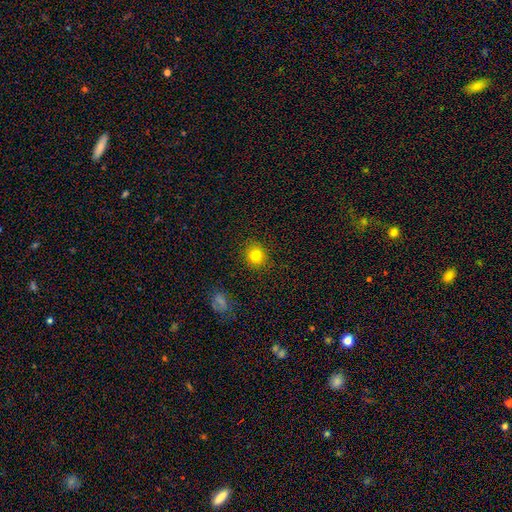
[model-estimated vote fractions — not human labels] Overall: smooth (81%). How rounded: round (84%). Merging: none (89%).